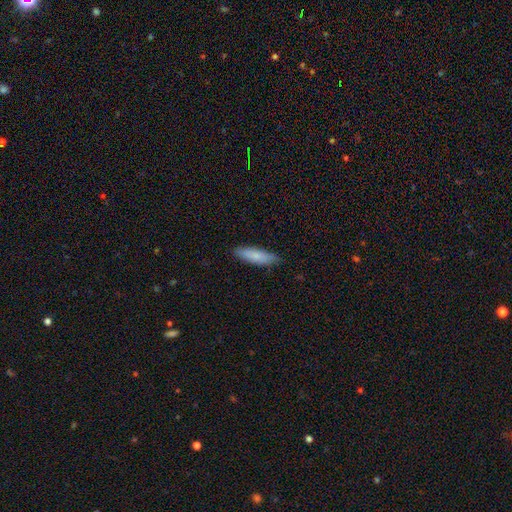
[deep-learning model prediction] smooth_or_featured: smooth (p=0.81) [alt: featured or disk p=0.13]
how_rounded: cigar-shaped (p=0.64) [alt: in between p=0.35]
merging: none (p=0.84) [alt: minor disturbance p=0.13]